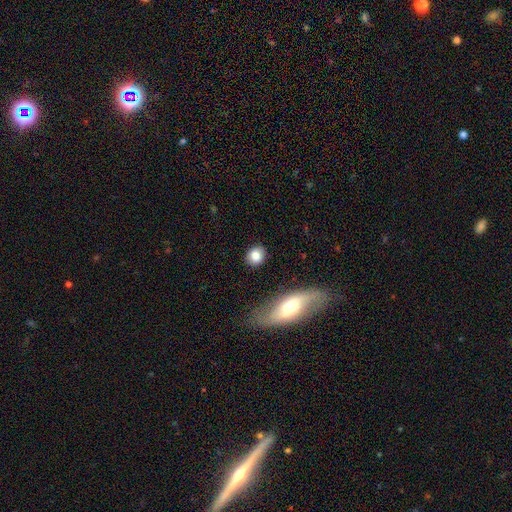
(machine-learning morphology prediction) smooth_or_featured: smooth (p=0.82) [alt: featured or disk p=0.09]
how_rounded: round (p=0.72) [alt: in between p=0.26]
merging: none (p=0.87) [alt: minor disturbance p=0.08]